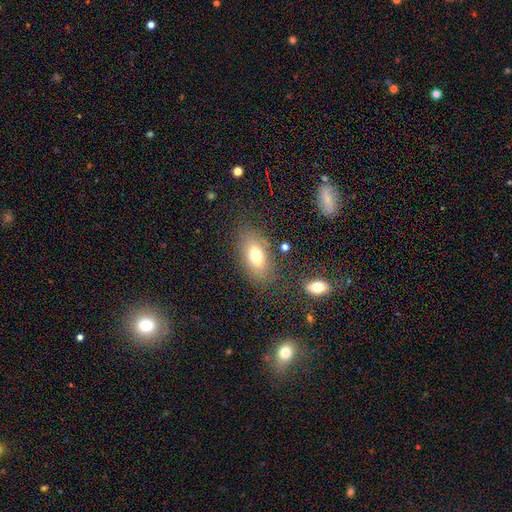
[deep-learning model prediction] Smooth or featured? smooth (71%)
How rounded? in between (86%)
Merging? none (76%)